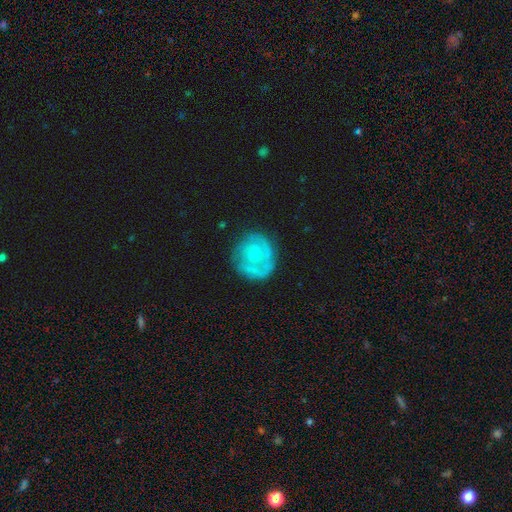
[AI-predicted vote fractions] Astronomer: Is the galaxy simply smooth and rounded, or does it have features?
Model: featured or disk — 65%.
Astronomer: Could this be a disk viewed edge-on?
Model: no — 98%.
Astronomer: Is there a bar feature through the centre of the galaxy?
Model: no — 79%.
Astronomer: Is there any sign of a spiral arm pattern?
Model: yes — 75%.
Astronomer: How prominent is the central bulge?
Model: small — 65%.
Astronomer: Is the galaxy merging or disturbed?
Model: none — 70%.